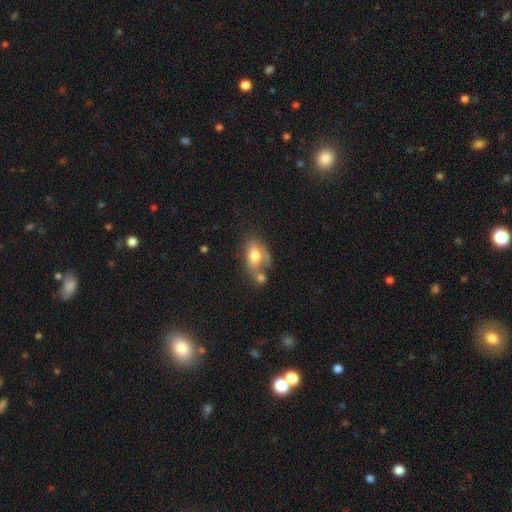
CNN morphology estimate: smooth 70%, featured or disk 22%, star or artifact 8%. Down the decision tree: how rounded — in between (84%); merging — merger (39%).